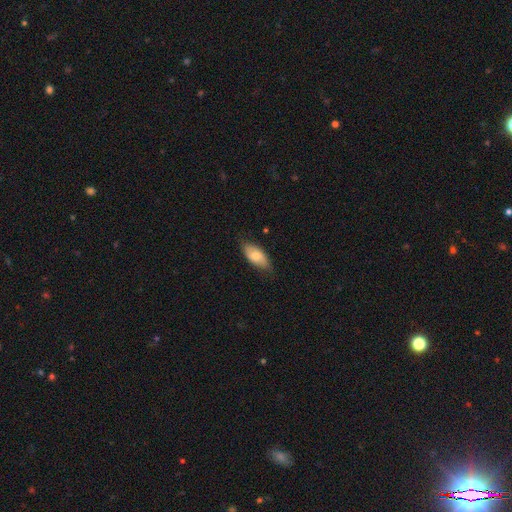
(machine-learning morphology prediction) A smooth galaxy with no disk features (69%) that is in between round and cigar-shaped (91%). Merging: none (75%).